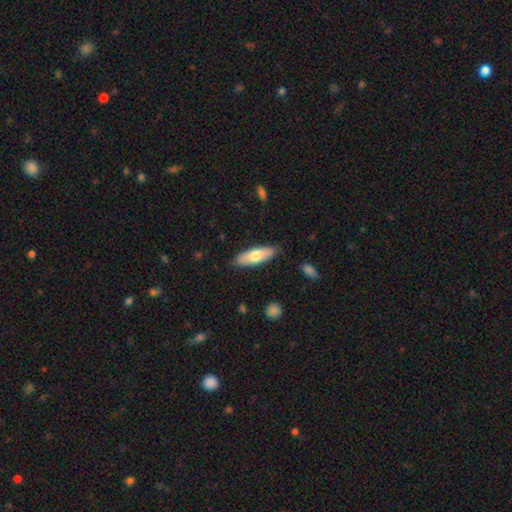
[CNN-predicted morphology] type=smooth (70%); roundness=in between (56%); merging=none (86%).